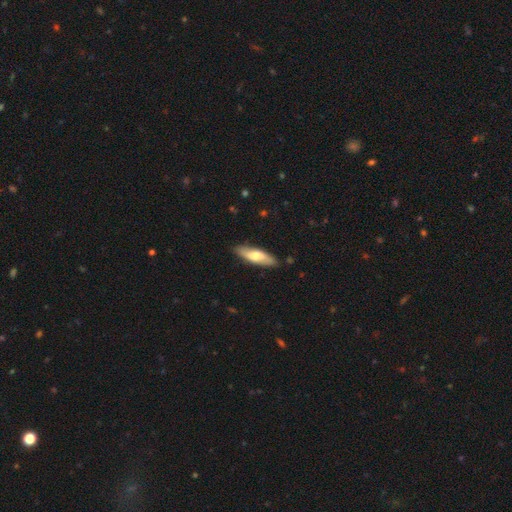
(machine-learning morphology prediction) A smooth galaxy with no disk features (60%) that is cigar-shaped (49%, tied with in between). Merging: none (86%).